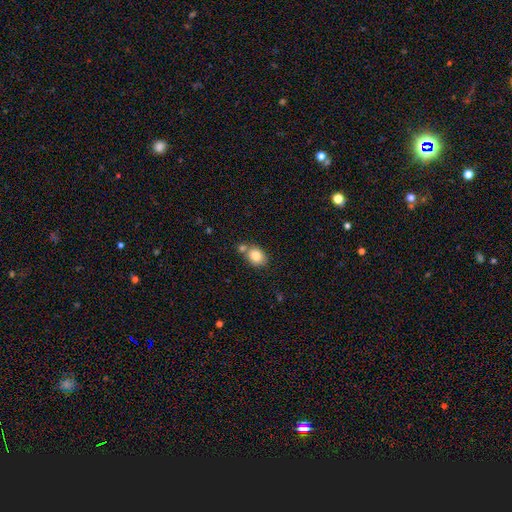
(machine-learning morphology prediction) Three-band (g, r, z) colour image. It shows a smooth galaxy with no disk features (82%) that is in between round and cigar-shaped (57%). Merging: none (56%).